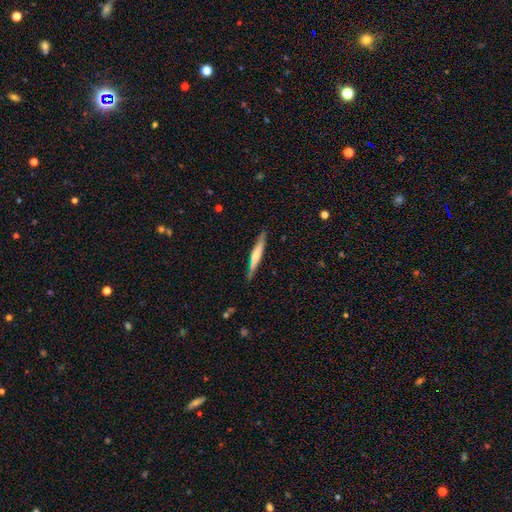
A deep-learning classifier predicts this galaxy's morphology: Smooth or featured?
  - featured or disk: 50% *
  - smooth: 44%
  - star or artifact: 6%
Edge-on disk?
  - yes: 95% *
  - no: 5%
Merging?
  - none: 85% *
  - minor disturbance: 11%
  - major disturbance: 2%
  - merger: 1%